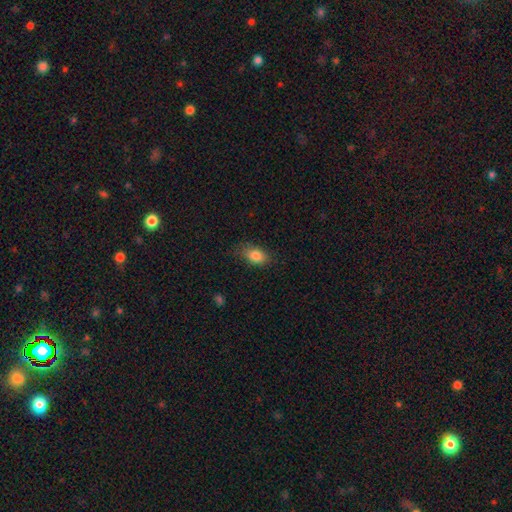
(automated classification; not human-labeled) Overall: smooth (84%). How rounded: in between (82%). Merging: none (72%).